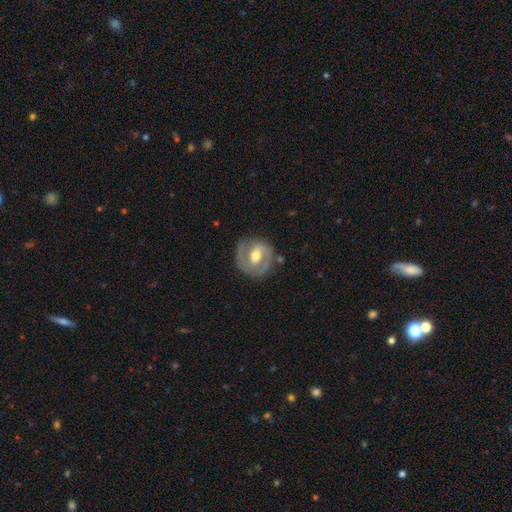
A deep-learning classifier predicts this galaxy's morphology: A featured or disk galaxy (77%) with a weak bar (46%), 2 (83%) tight (48%) spiral arms (84%) and a moderate central bulge (74%). Merging: none (80%).